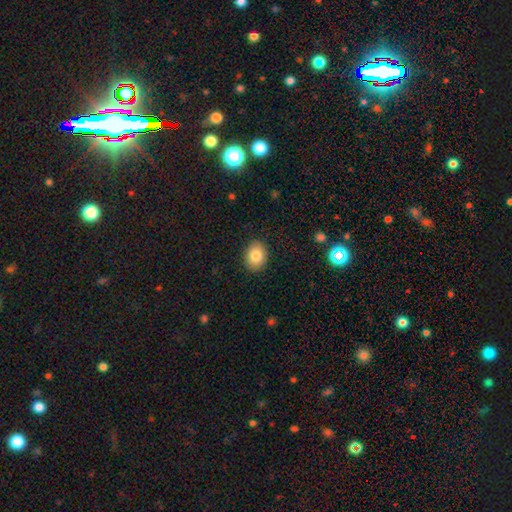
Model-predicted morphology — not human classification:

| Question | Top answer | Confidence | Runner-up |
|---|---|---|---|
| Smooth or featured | smooth | 83% | featured or disk (9%) |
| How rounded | in between | 65% | round (34%) |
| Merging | none | 89% | minor disturbance (8%) |